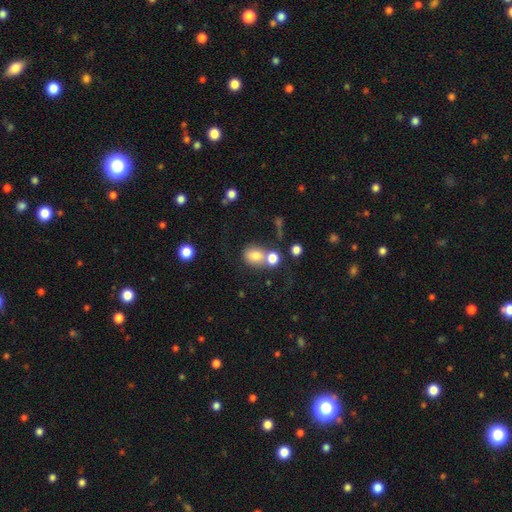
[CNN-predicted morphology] Smooth or featured? Predicted: smooth (p=0.76). How rounded? Predicted: round (p=0.56). Merging? Predicted: none (p=0.43).